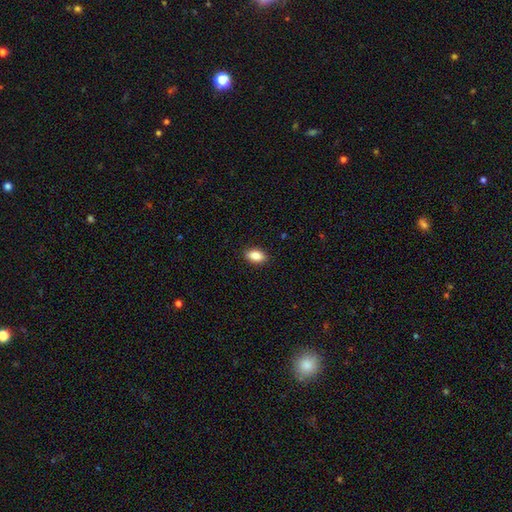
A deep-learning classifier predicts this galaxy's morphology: Smooth or featured? smooth (87%)
How rounded? in between (90%)
Merging? none (89%)